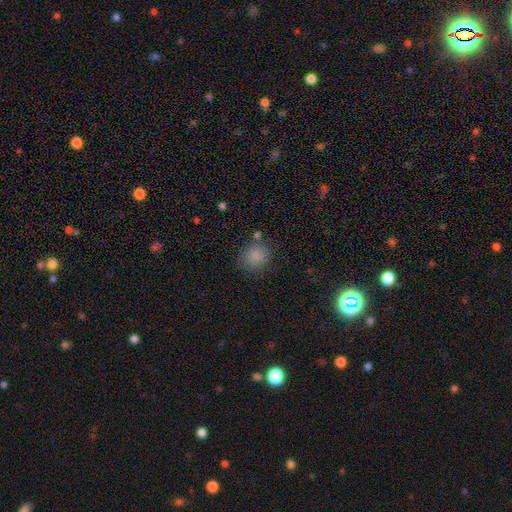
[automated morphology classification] Q: Smooth or featured?
A: smooth (84%); runner-up: star or artifact (11%)
Q: How rounded?
A: round (79%); runner-up: in between (20%)
Q: Merging?
A: none (77%); runner-up: minor disturbance (14%)